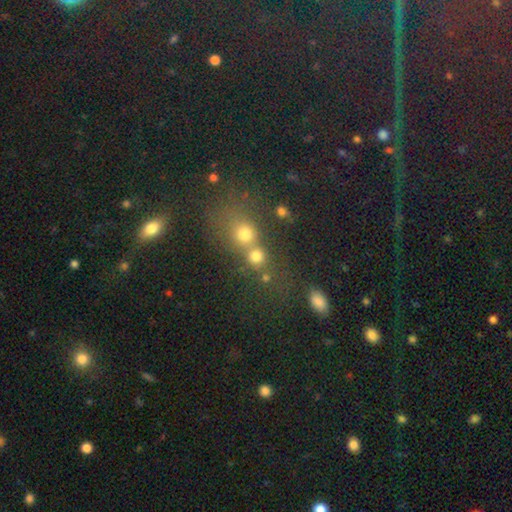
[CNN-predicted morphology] type=smooth (52%); roundness=round (74%); merging=merger (45%).